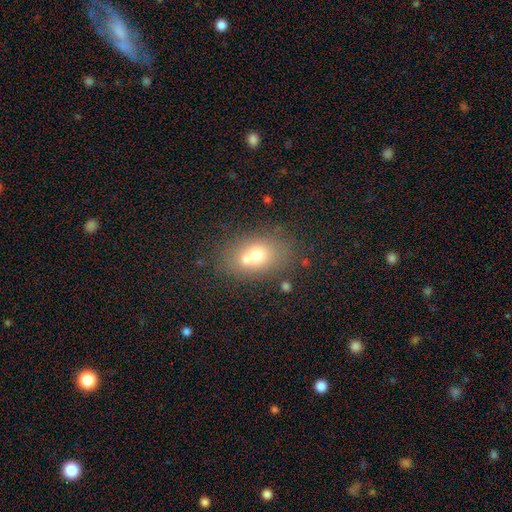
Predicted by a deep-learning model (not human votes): This appears to be a smooth galaxy with no disk features (64%) that is in between round and cigar-shaped (71%). Merging: none (46%).